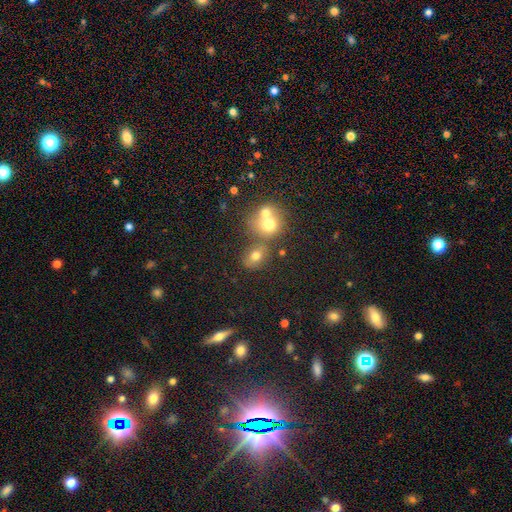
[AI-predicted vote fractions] Overall: smooth (70%). How rounded: in between (52%; round 46%). Merging: none (52%; merger 30%).